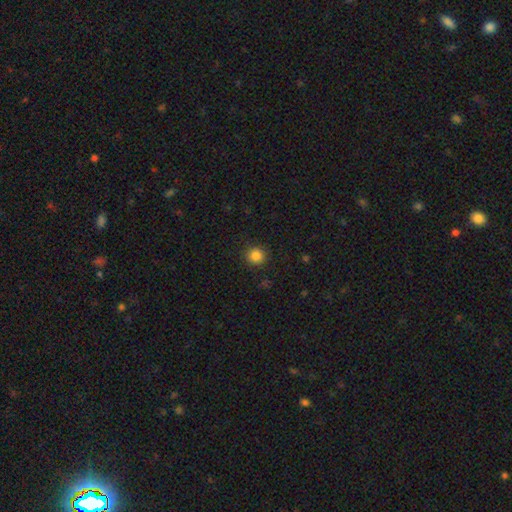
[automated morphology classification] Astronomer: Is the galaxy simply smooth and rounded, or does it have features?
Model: smooth — 84%.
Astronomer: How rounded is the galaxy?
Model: round — 92%.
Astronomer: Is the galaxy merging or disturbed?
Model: none — 90%.